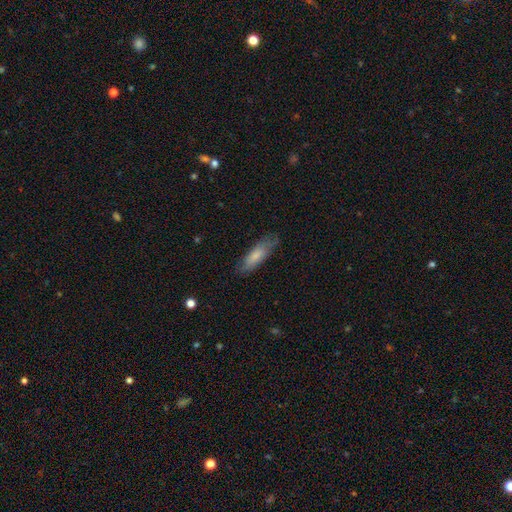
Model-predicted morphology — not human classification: This appears to be a smooth galaxy with no disk features (73%) that is in between round and cigar-shaped (50%). Merging: none (75%).